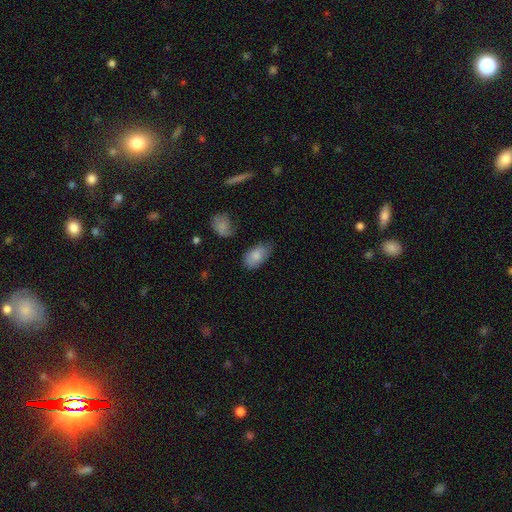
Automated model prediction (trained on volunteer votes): Smooth or featured? smooth (83%)
How rounded? in between (93%)
Merging? none (66%)